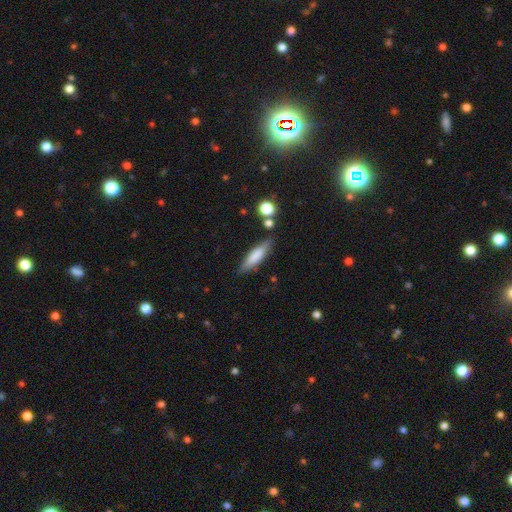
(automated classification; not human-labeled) A smooth galaxy with no disk features (73%) that is cigar-shaped (70%).

Vote fractions:
- Smooth or featured? smooth: 73% / featured or disk: 21% / star or artifact: 7%
- How rounded? cigar-shaped: 70% / in between: 28% / round: 2%
- Merging? none: 77% / minor disturbance: 14% / merger: 5% / major disturbance: 3%